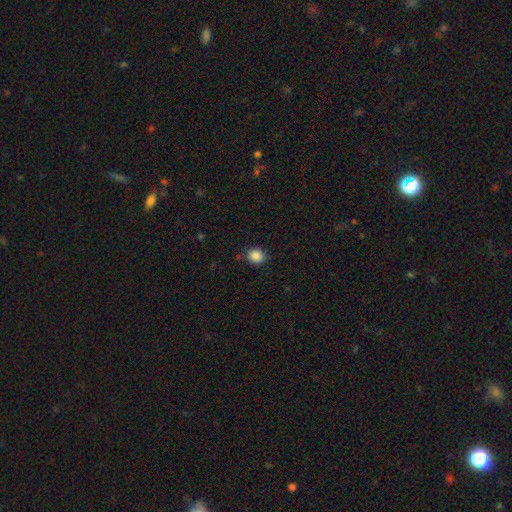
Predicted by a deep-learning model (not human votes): This is clearly a smooth galaxy (87%). How rounded: likely round (73%). Merging: clearly none (84%).